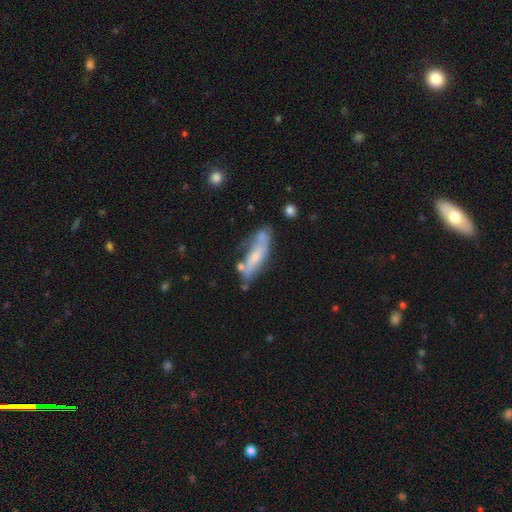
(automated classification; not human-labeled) Q: Smooth or featured?
A: featured or disk (51%); runner-up: smooth (42%)
Q: Edge-on disk?
A: no (63%); runner-up: yes (37%)
Q: Merging?
A: none (50%); runner-up: minor disturbance (26%)